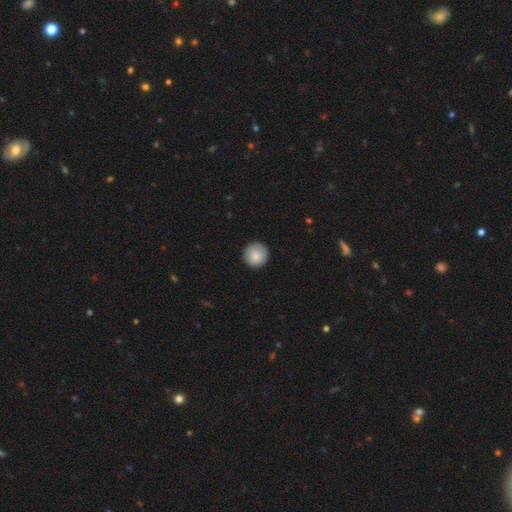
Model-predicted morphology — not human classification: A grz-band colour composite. It shows a smooth galaxy with no disk features (86%) that is round (95%). Merging: none (89%).